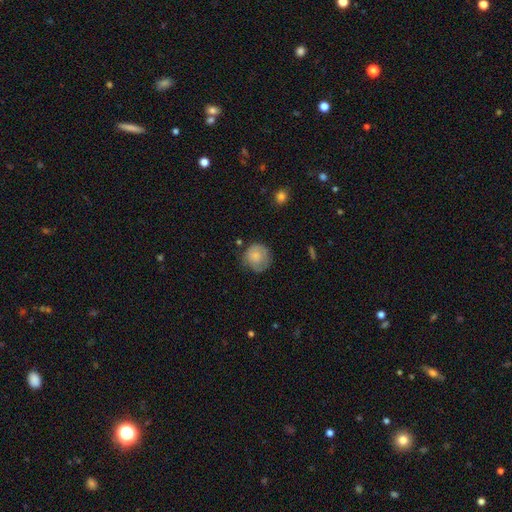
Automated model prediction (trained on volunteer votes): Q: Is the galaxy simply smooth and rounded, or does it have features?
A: smooth — 74%.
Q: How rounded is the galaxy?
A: round — 89%.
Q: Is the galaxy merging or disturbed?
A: none — 63%.